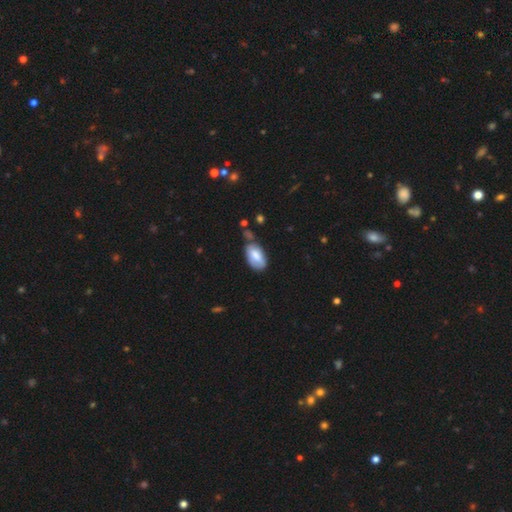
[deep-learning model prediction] A smooth galaxy with no disk features (73%) that is in between round and cigar-shaped (94%).

Vote fractions:
- Smooth or featured? smooth: 73% / featured or disk: 21% / star or artifact: 6%
- How rounded? in between: 94% / round: 3% / cigar-shaped: 2%
- Merging? none: 51% / minor disturbance: 33% / major disturbance: 9% / merger: 7%